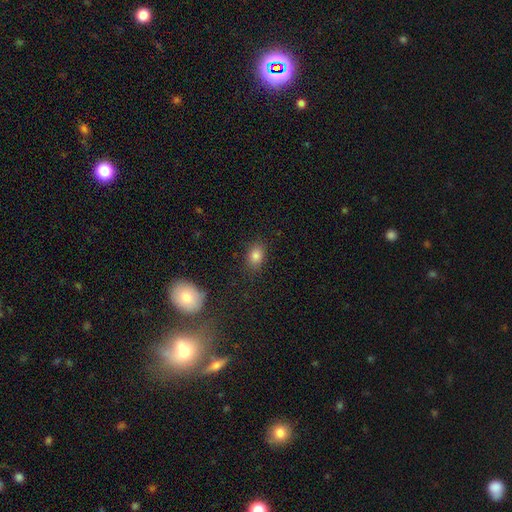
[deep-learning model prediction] Morphology: type=smooth (81%); roundness=in between (73%); merging=none (84%).